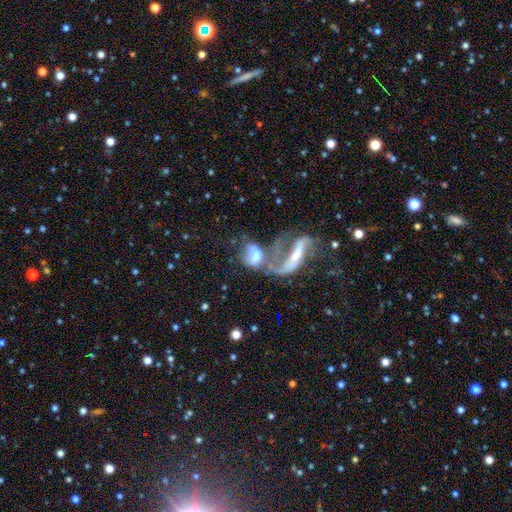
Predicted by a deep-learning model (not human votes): Smooth or featured? Predicted: featured or disk (p=0.55). Edge-on disk? Predicted: no (p=0.90). Merging? Predicted: merger (p=0.68).